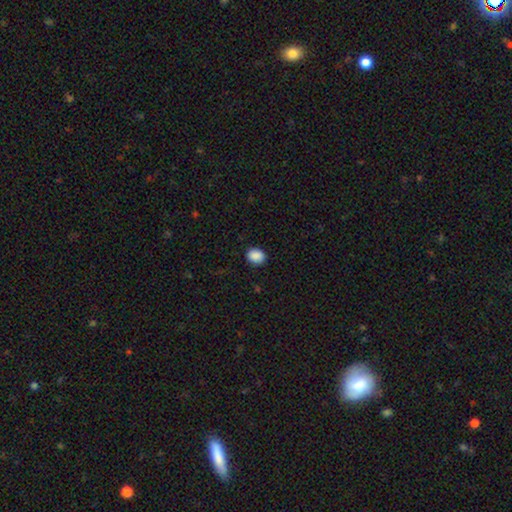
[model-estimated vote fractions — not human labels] Smooth or featured?
  - smooth: 90% *
  - star or artifact: 8%
  - featured or disk: 2%
How rounded?
  - in between: 52% *
  - round: 47%
  - cigar-shaped: 1%
Merging?
  - none: 88% *
  - minor disturbance: 9%
  - major disturbance: 2%
  - merger: 1%